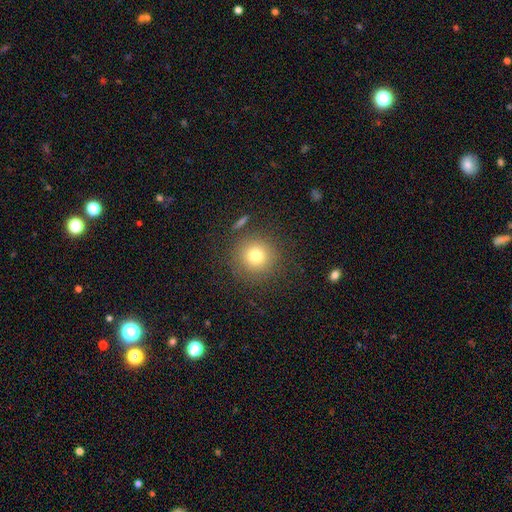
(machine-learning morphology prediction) Q: Smooth or featured?
A: smooth (76%); runner-up: star or artifact (14%)
Q: How rounded?
A: round (95%); runner-up: in between (4%)
Q: Merging?
A: none (85%); runner-up: minor disturbance (8%)